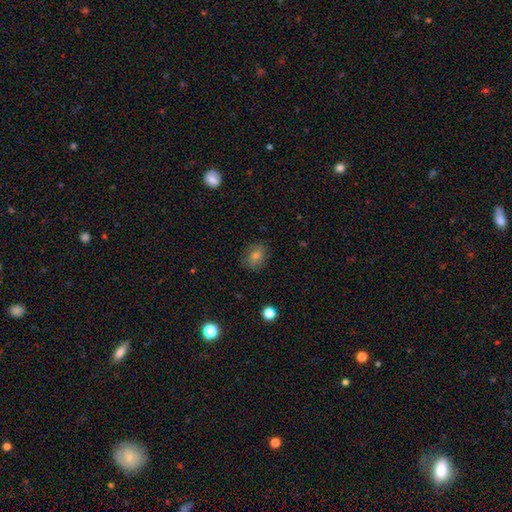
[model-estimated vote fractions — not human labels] Smooth or featured: smooth — 68% (star or artifact — 18%)
How rounded: round — 53% (in between — 46%)
Merging: none — 83% (minor disturbance — 13%)